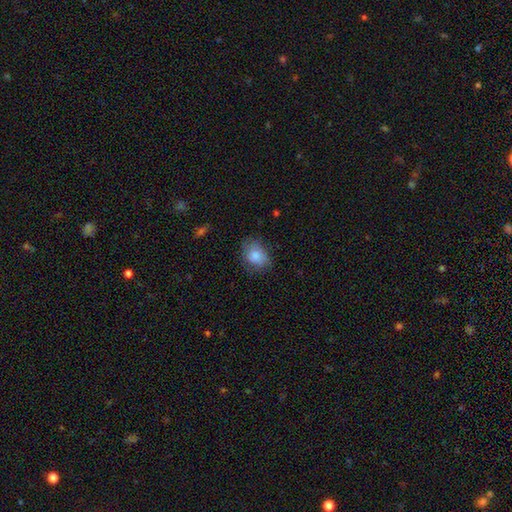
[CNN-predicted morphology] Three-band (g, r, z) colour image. It shows a smooth galaxy with no disk features (79%) that is in between round and cigar-shaped (67%). Merging: none (66%).